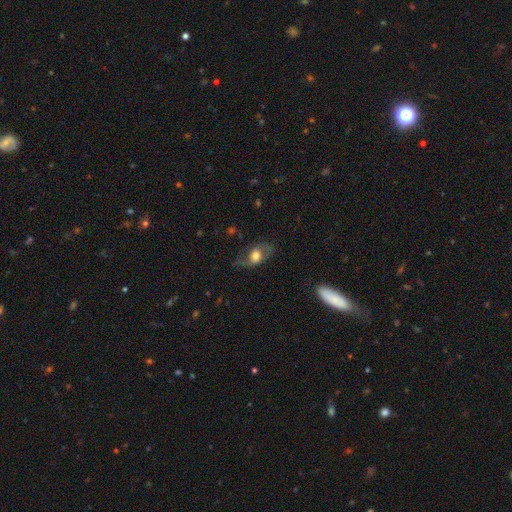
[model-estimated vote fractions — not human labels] Smooth or featured? featured or disk (46%, tied with smooth)
Merging? none (57%)